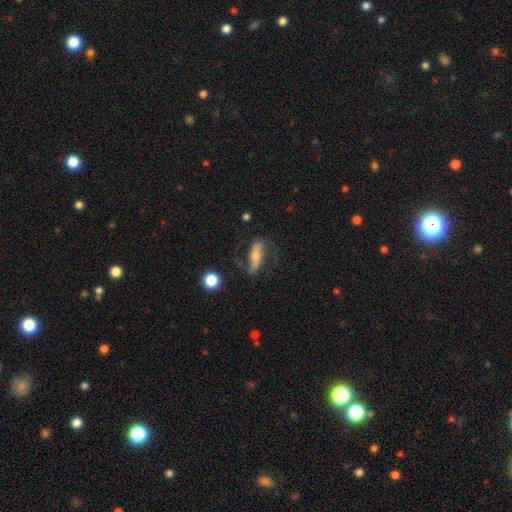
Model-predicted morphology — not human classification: Q: Smooth or featured?
A: featured or disk (68%); runner-up: smooth (25%)
Q: Edge-on disk?
A: no (81%); runner-up: yes (19%)
Q: Bar?
A: strong (45%); runner-up: no (32%)
Q: Spiral arms?
A: yes (85%); runner-up: no (15%)
Q: Bulge size?
A: moderate (53%); runner-up: small (37%)
Q: Merging?
A: none (63%); runner-up: minor disturbance (20%)